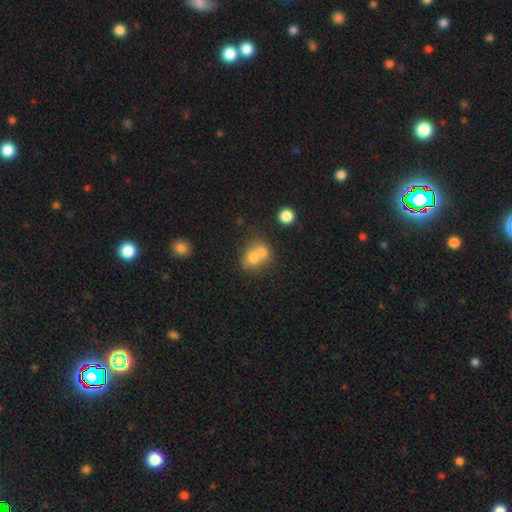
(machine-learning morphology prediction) Smooth or featured? Predicted: smooth (p=0.70). How rounded? Predicted: round (p=0.65). Merging? Predicted: merger (p=0.63).